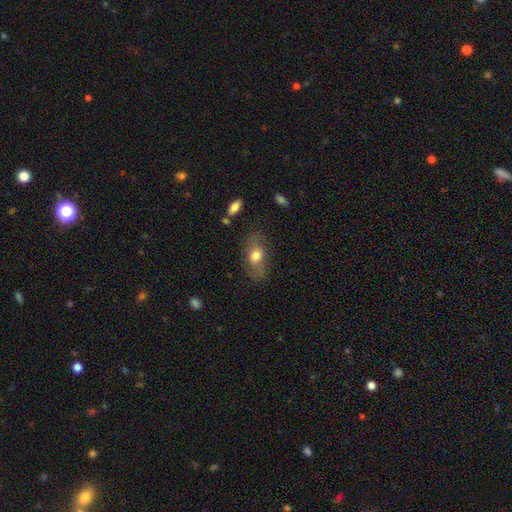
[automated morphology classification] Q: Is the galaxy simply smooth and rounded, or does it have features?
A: smooth — 65%.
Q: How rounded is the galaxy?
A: in between — 82%.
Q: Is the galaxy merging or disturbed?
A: none — 71%.